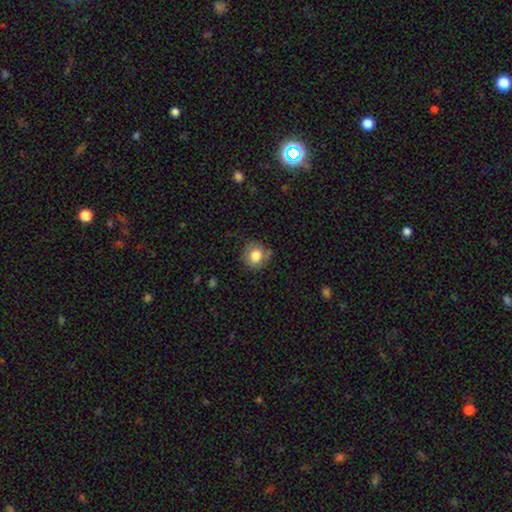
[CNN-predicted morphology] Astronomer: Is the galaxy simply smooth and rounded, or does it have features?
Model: smooth — 79%.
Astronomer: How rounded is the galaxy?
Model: round — 82%.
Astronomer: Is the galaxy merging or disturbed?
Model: none — 73%.